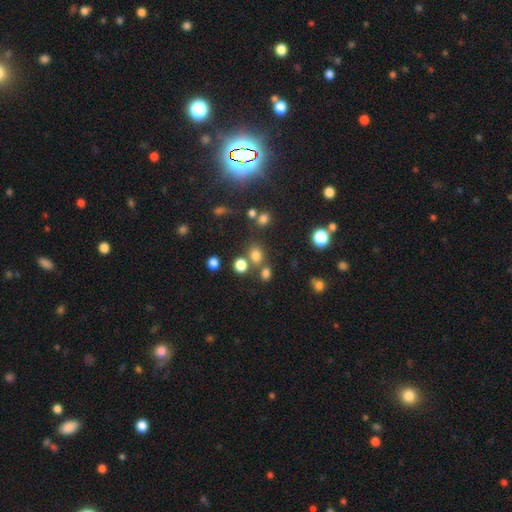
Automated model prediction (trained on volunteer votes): Smooth or featured?
  - smooth: 72% *
  - star or artifact: 20%
  - featured or disk: 8%
How rounded?
  - round: 60% *
  - in between: 39%
  - cigar-shaped: 1%
Merging?
  - none: 65% *
  - merger: 20%
  - minor disturbance: 11%
  - major disturbance: 5%